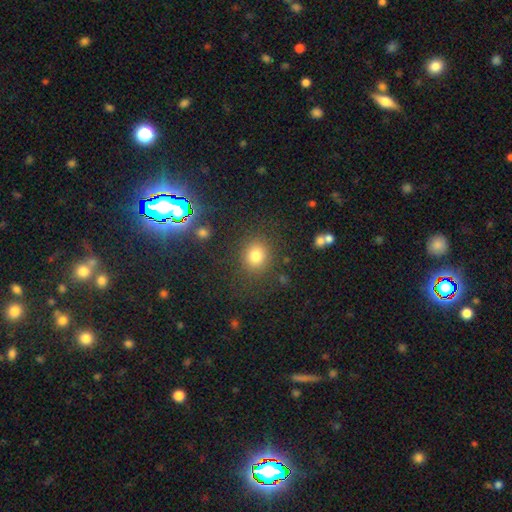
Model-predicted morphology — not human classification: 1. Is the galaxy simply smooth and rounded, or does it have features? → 79% smooth, 14% star or artifact, 7% featured or disk.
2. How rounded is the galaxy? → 79% round, 20% in between, 1% cigar-shaped.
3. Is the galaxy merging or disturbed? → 84% none, 9% minor disturbance, 4% major disturbance, 3% merger.